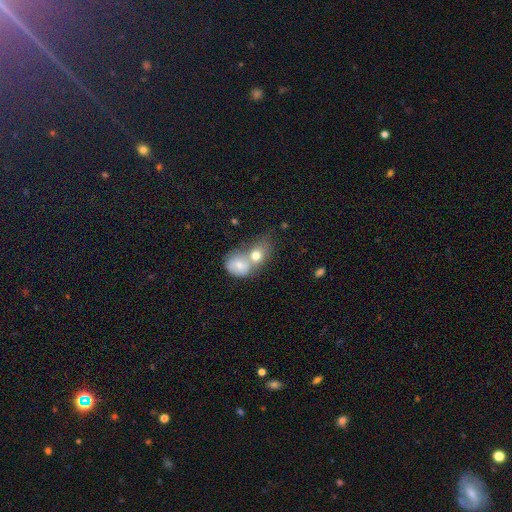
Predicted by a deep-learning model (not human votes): smooth-or-featured: smooth: 72% | featured or disk: 18% | star or artifact: 10%
  how-rounded: round: 53% | in between: 46% | cigar-shaped: 2%
  merging: merger: 68% | none: 22% | minor disturbance: 7% | major disturbance: 4%